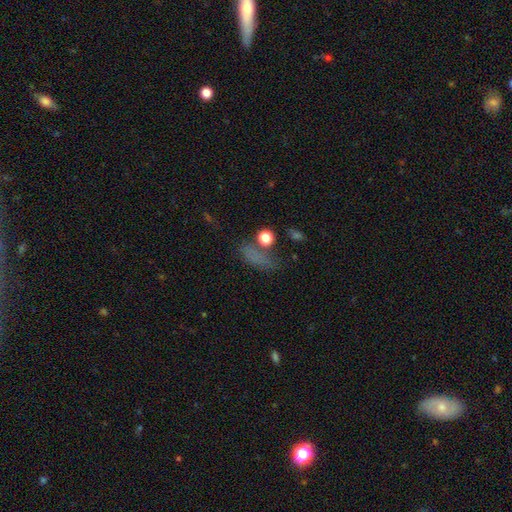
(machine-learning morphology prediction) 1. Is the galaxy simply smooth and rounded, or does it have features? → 58% smooth, 29% star or artifact, 13% featured or disk.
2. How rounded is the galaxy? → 56% in between, 30% round, 14% cigar-shaped.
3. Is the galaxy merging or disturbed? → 49% none, 21% major disturbance, 19% minor disturbance, 11% merger.